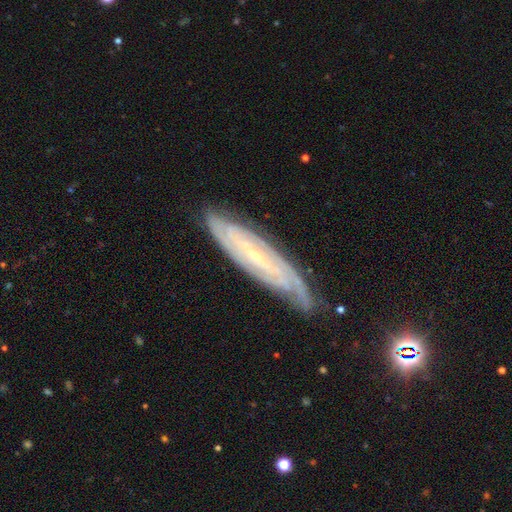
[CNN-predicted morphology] Smooth or featured? featured or disk (84%)
Edge-on disk? no (76%)
Bar? weak (38%)
Spiral arms? yes (95%)
Spiral winding? tight (69%)
Spiral arm count? can't tell (38%)
Bulge size? small (80%)
Merging? none (76%)